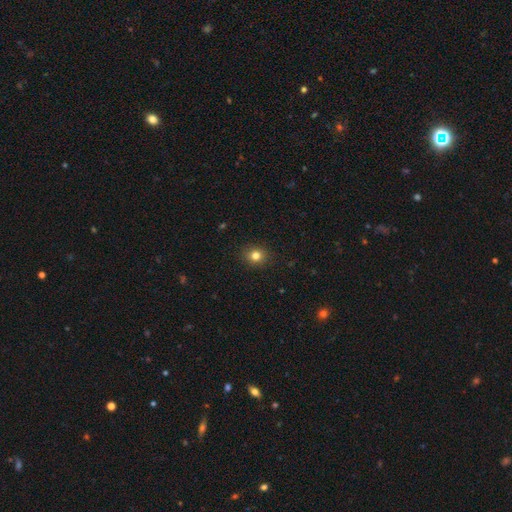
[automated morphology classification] Smooth or featured?
  - smooth: 80% *
  - star or artifact: 13%
  - featured or disk: 7%
How rounded?
  - round: 79% *
  - in between: 20%
  - cigar-shaped: 1%
Merging?
  - none: 90% *
  - minor disturbance: 7%
  - major disturbance: 2%
  - merger: 1%